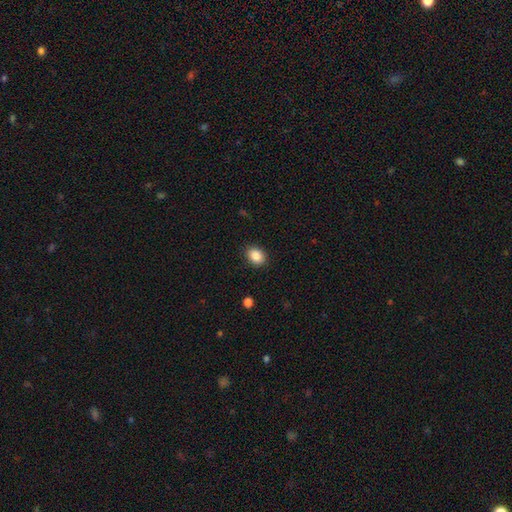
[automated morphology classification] type=smooth (88%); roundness=in between (62%); merging=none (89%).